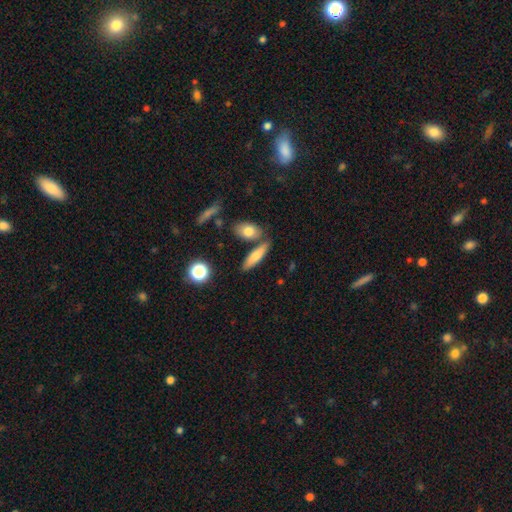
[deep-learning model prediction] smooth_or_featured: smooth (p=0.72) [alt: featured or disk p=0.20]
how_rounded: cigar-shaped (p=0.54) [alt: in between p=0.42]
merging: none (p=0.70) [alt: merger p=0.15]